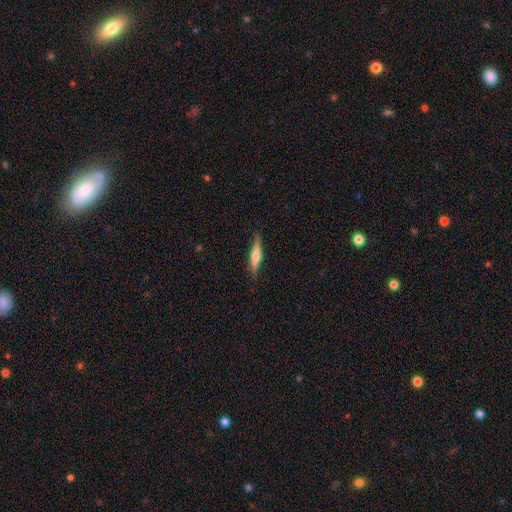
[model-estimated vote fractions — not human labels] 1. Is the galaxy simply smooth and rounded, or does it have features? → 54% featured or disk, 41% smooth, 5% star or artifact.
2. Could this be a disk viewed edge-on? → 94% yes, 6% no.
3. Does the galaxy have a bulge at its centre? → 89% rounded, 7% none, 4% boxy.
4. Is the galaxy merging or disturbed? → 84% none, 13% minor disturbance, 2% major disturbance, 1% merger.